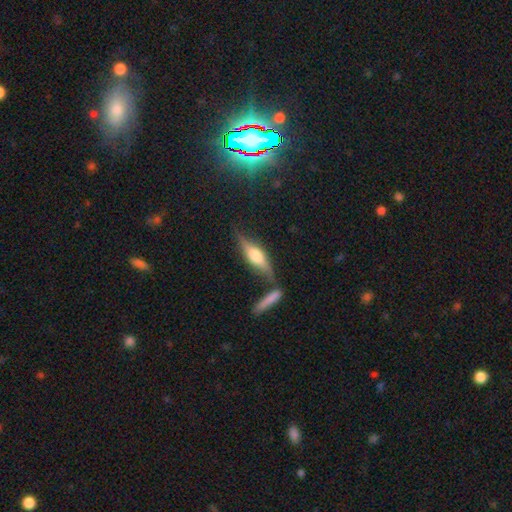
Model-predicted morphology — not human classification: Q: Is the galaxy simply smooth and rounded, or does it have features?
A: featured or disk — 52%.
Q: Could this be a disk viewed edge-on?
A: yes — 83%.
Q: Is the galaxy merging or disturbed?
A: none — 56%.